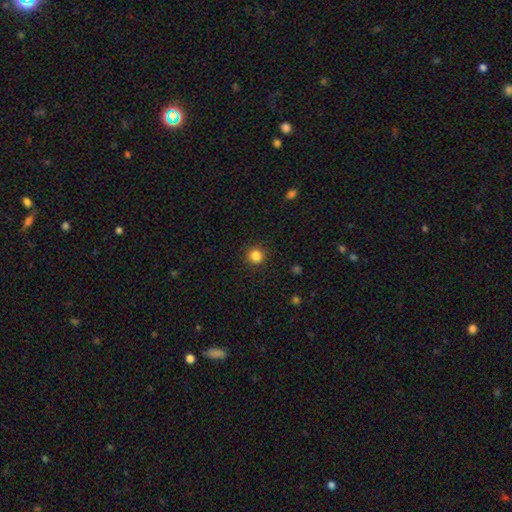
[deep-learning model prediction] This appears to be a smooth galaxy with no disk features (85%) that is round (94%). Merging: none (91%).